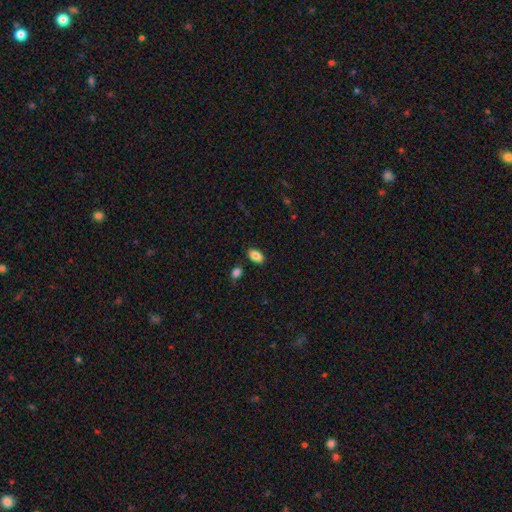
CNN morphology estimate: A smooth galaxy with no disk features (86%) that is in between round and cigar-shaped (89%). Merging: none (84%).